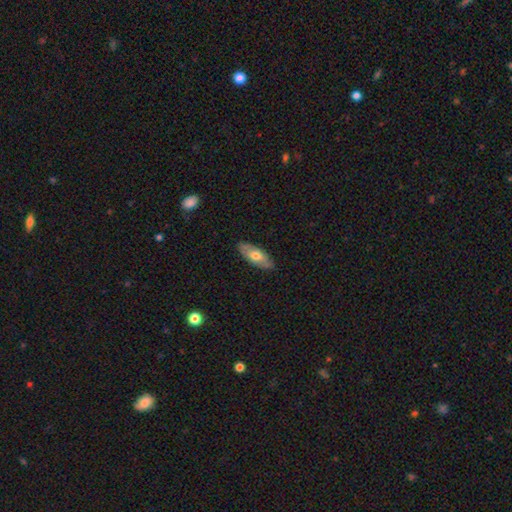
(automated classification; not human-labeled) The model was most divided on "smooth or featured": smooth: 60%, featured or disk: 34%, star or artifact: 6%. More confident: merging — none (86%); how rounded — in between (82%).